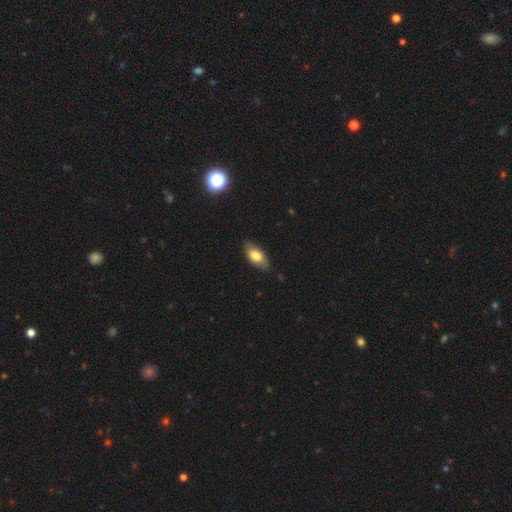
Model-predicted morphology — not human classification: A smooth galaxy with no disk features (72%) that is in between round and cigar-shaped (90%).

Vote fractions:
- Smooth or featured? smooth: 72% / featured or disk: 22% / star or artifact: 6%
- How rounded? in between: 90% / cigar-shaped: 7% / round: 4%
- Merging? none: 80% / minor disturbance: 16% / major disturbance: 3% / merger: 1%